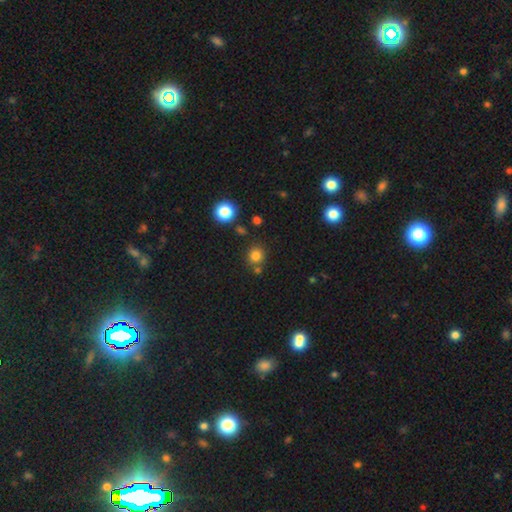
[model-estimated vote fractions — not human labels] Morphology: type=smooth (79%); roundness=round (89%); merging=none (78%).